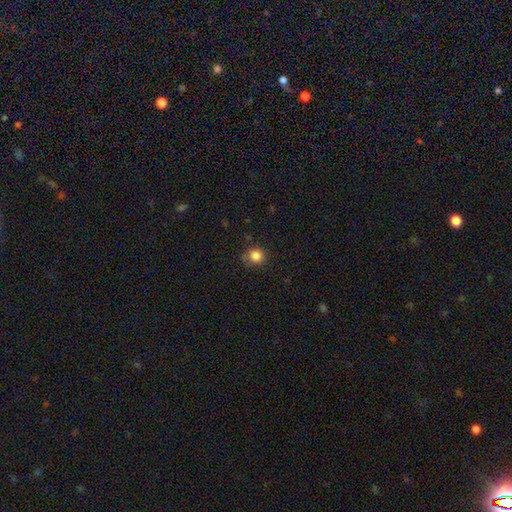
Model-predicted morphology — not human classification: Smooth or featured? Predicted: smooth (p=0.84). How rounded? Predicted: round (p=0.87). Merging? Predicted: none (p=0.74).